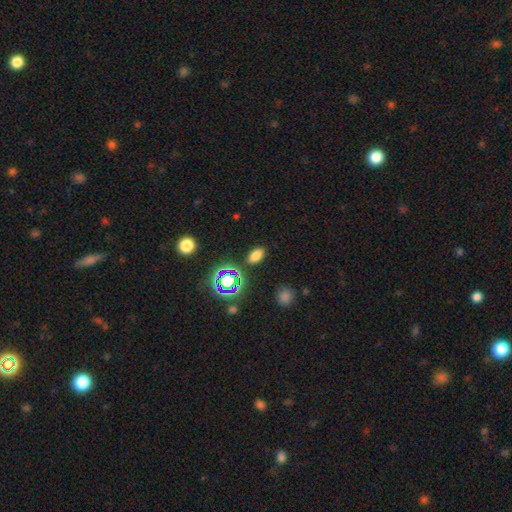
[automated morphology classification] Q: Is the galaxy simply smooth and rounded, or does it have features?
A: smooth — 71%.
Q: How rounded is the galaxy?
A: in between — 86%.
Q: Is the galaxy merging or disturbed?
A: none — 86%.